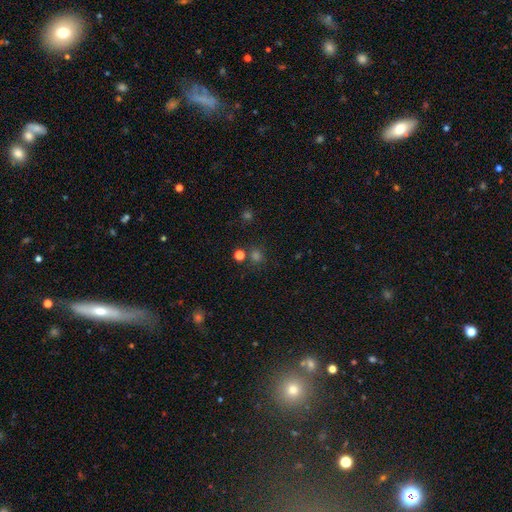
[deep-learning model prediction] A smooth galaxy with no disk features (57%) that is round (88%). Merging: none (79%).